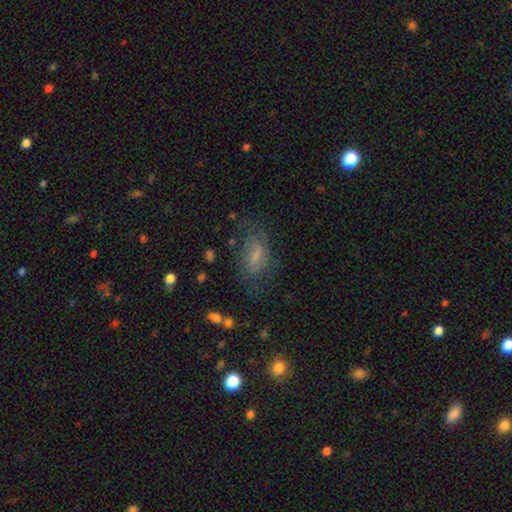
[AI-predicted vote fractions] A smooth galaxy with no disk features (46%).

Vote fractions:
- Smooth or featured? smooth: 46% / featured or disk: 40% / star or artifact: 13%
- Merging? none: 60% / minor disturbance: 22% / major disturbance: 15% / merger: 2%